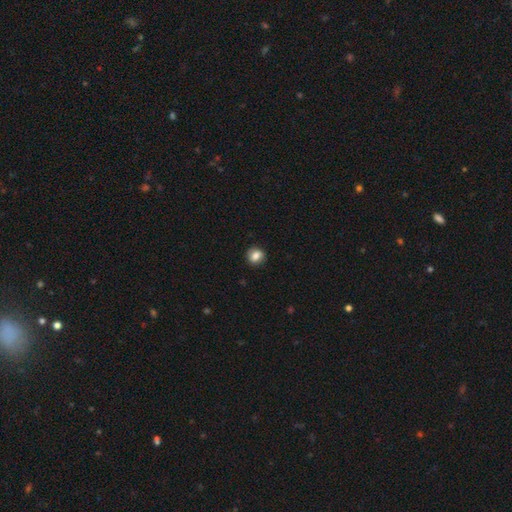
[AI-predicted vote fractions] Smooth or featured: smooth — 82% (star or artifact — 9%)
How rounded: round — 77% (in between — 22%)
Merging: none — 87% (minor disturbance — 9%)